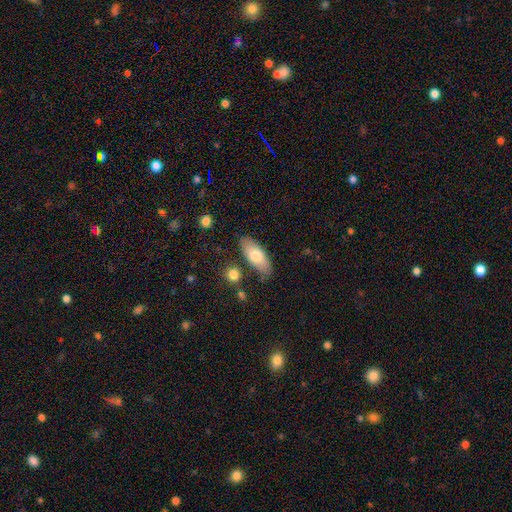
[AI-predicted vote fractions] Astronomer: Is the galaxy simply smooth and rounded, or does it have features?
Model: smooth — 74%.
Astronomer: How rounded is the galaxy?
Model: in between — 81%.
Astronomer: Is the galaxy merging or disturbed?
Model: none — 78%.